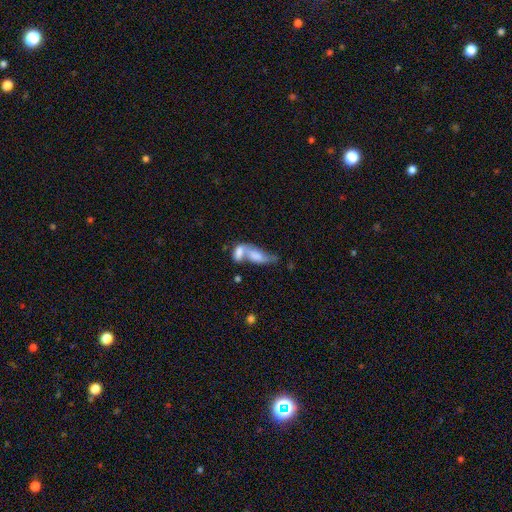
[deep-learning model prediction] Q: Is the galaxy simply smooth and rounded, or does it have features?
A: smooth — 61%.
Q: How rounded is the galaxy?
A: in between — 77%.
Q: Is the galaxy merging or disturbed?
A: merger — 70%.